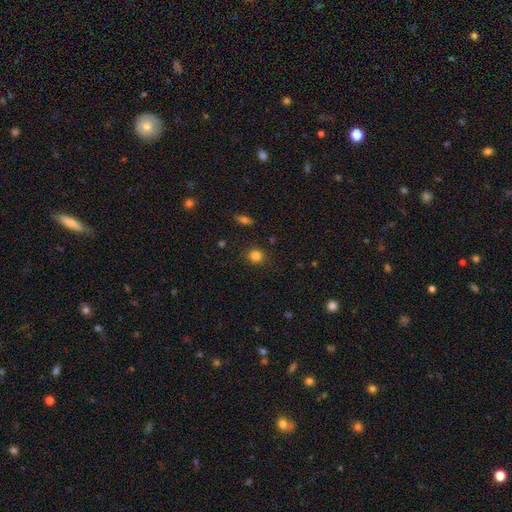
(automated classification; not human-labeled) Smooth or featured?
  - smooth: 84% *
  - star or artifact: 11%
  - featured or disk: 5%
How rounded?
  - round: 84% *
  - in between: 15%
  - cigar-shaped: 1%
Merging?
  - none: 86% *
  - minor disturbance: 9%
  - major disturbance: 3%
  - merger: 2%